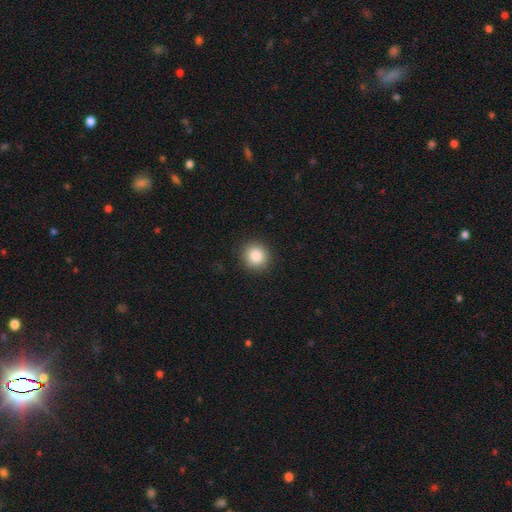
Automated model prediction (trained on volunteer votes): smooth-or-featured: smooth: 87% | star or artifact: 9% | featured or disk: 4%
  how-rounded: round: 87% | in between: 12% | cigar-shaped: 1%
  merging: none: 90% | minor disturbance: 7% | major disturbance: 2% | merger: 1%